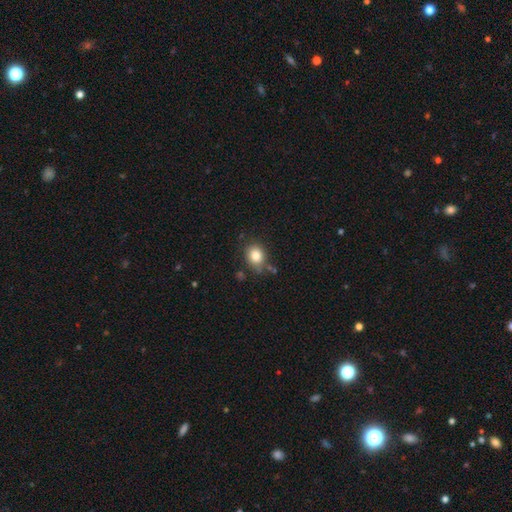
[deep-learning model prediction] Overall: smooth (83%). How rounded: round (59%; in between 40%). Merging: none (72%).